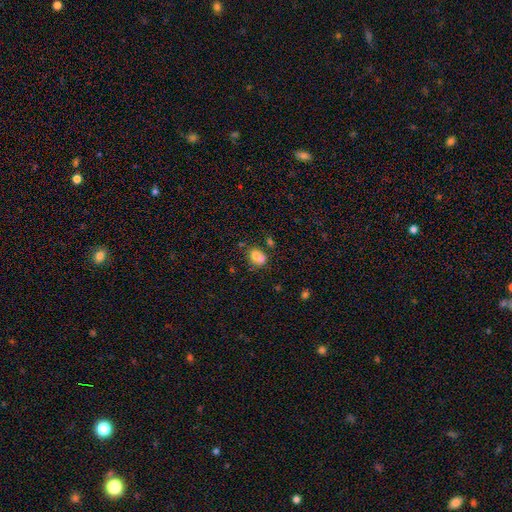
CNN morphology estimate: This is likely a smooth galaxy (71%). How rounded: possibly round (54%). Merging: possibly merger (48%).